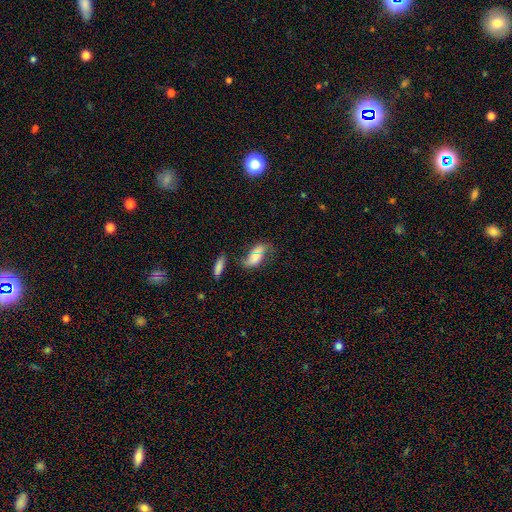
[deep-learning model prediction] smooth 50%, featured or disk 39%, star or artifact 11%. Down the decision tree: how rounded — in between (85%); merging — none (48%).